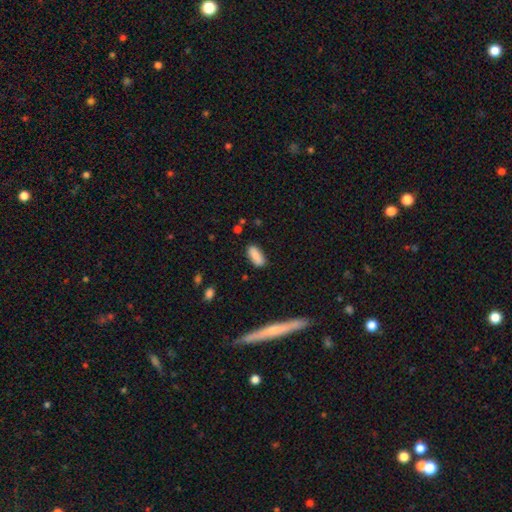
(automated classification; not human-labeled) This is clearly a smooth galaxy (88%). How rounded: clearly in between (80%). Merging: clearly none (84%).